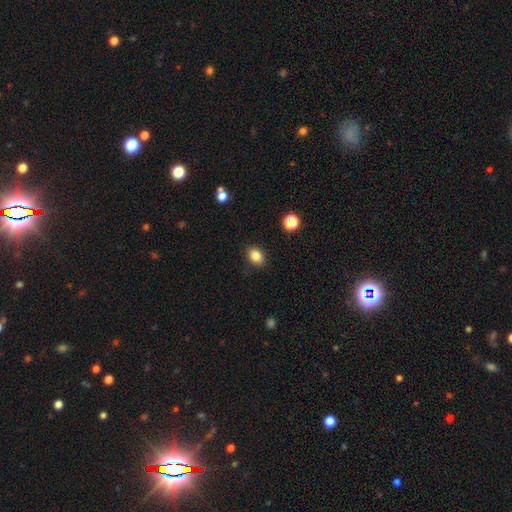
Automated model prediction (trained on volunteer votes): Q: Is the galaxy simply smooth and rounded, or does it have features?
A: smooth — 85%.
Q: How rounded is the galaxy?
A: in between — 71%.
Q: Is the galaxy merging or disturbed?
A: none — 86%.